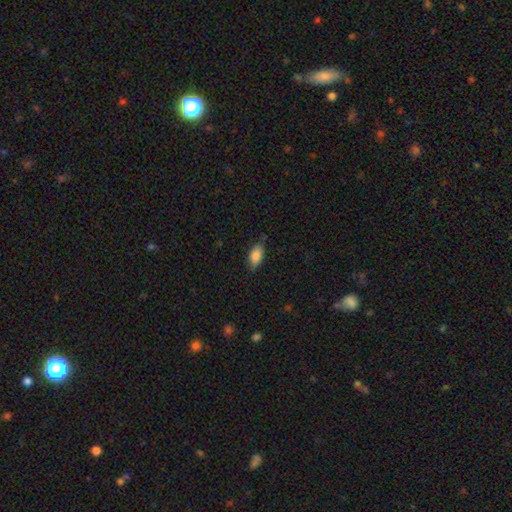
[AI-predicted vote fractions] smooth 86%, featured or disk 7%, star or artifact 7%. Down the decision tree: how rounded — in between (90%); merging — none (75%).